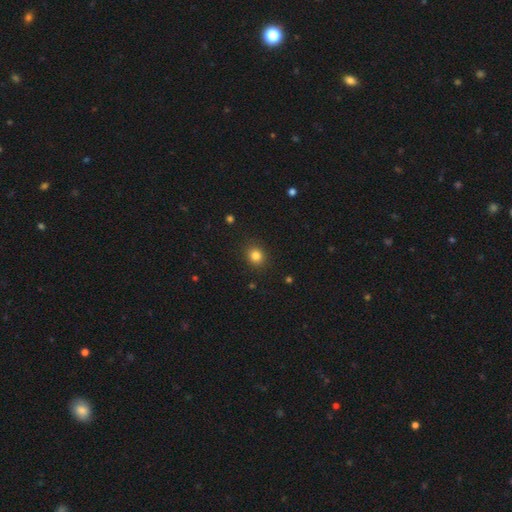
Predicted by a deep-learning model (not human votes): Smooth or featured: smooth — 83% (star or artifact — 12%)
How rounded: round — 76% (in between — 23%)
Merging: none — 89% (minor disturbance — 7%)